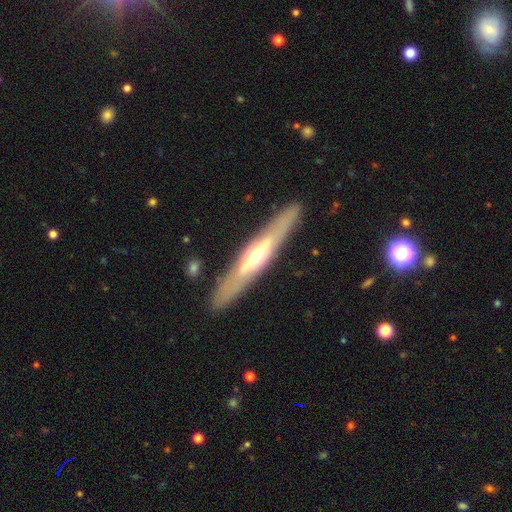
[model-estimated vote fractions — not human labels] This is likely a featured or disk galaxy (66%). It is clearly viewed edge-on (82%). Edge-on bulge: clearly rounded (84%). Merging: clearly none (87%).